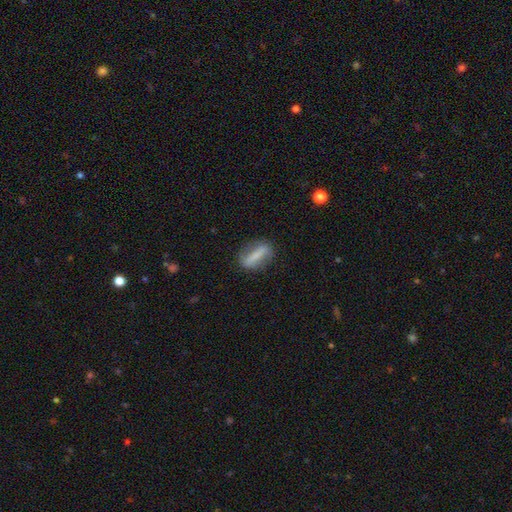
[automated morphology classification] Smooth or featured? Predicted: smooth (p=0.47). Merging? Predicted: none (p=0.79).